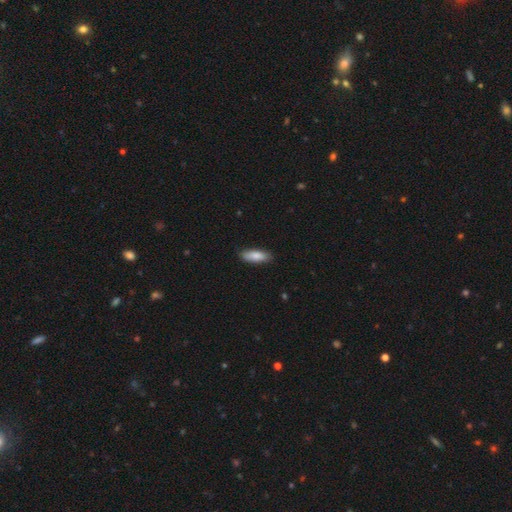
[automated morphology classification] Overall: smooth (85%). How rounded: in between (62%; cigar-shaped 37%). Merging: none (86%).